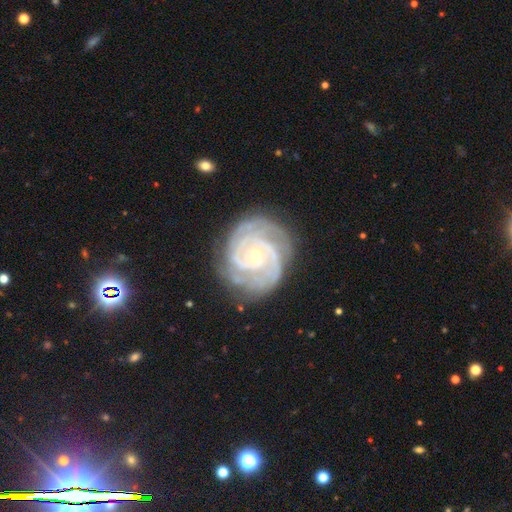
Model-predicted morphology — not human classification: A featured or disk galaxy (89%) with no bar (69%), 2 (33%) tight (76%) spiral arms (98%) and a small central bulge (72%). Merging: none (75%).